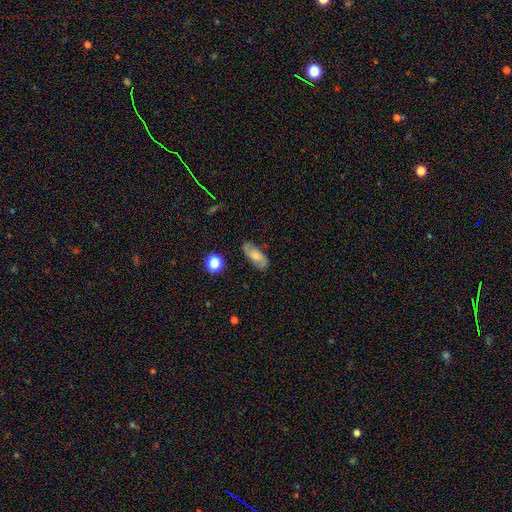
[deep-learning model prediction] A smooth galaxy with no disk features (64%) that is in between round and cigar-shaped (83%).

Vote fractions:
- Smooth or featured? smooth: 64% / featured or disk: 28% / star or artifact: 9%
- How rounded? in between: 83% / cigar-shaped: 13% / round: 4%
- Merging? none: 80% / minor disturbance: 15% / major disturbance: 3% / merger: 2%